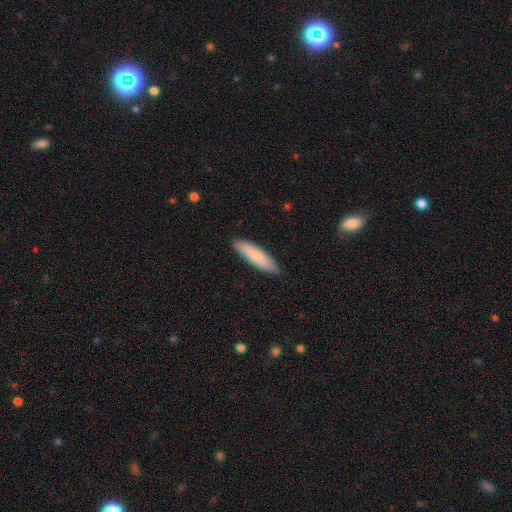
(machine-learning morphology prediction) Q: Smooth or featured?
A: smooth (81%); runner-up: featured or disk (14%)
Q: How rounded?
A: cigar-shaped (71%); runner-up: in between (28%)
Q: Merging?
A: none (88%); runner-up: minor disturbance (9%)